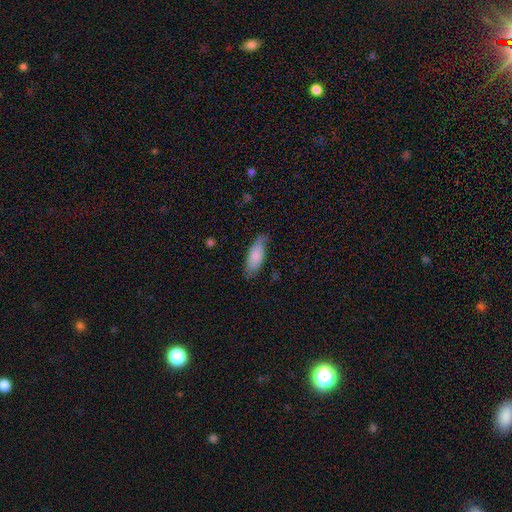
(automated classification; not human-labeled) This is clearly a smooth galaxy (80%). How rounded: likely in between (75%). Merging: likely none (67%).